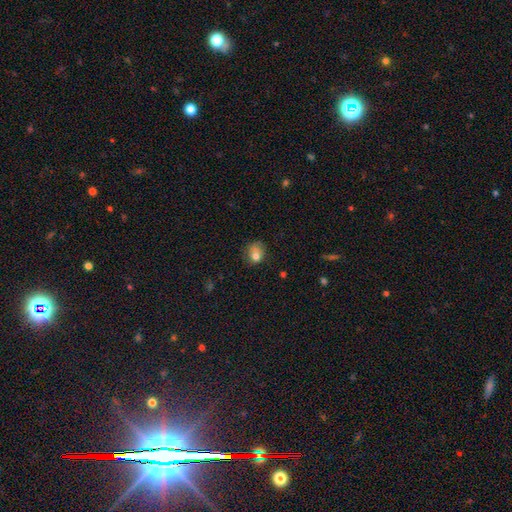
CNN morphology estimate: smooth-or-featured: smooth: 76% | featured or disk: 14% | star or artifact: 11%
  how-rounded: round: 57% | in between: 42% | cigar-shaped: 1%
  merging: none: 47% | minor disturbance: 33% | major disturbance: 18% | merger: 3%